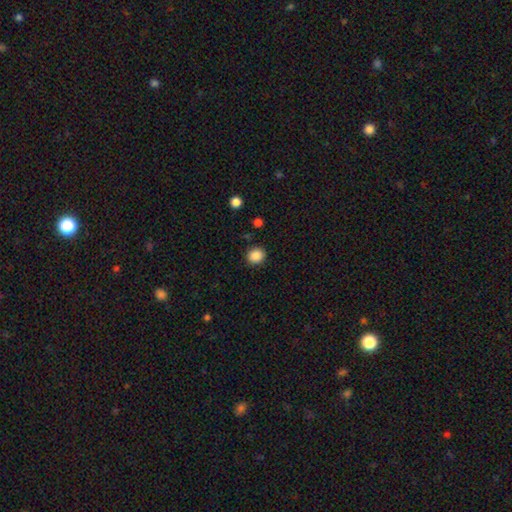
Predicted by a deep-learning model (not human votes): Smooth or featured? Predicted: smooth (p=0.87). How rounded? Predicted: round (p=0.81). Merging? Predicted: none (p=0.88).